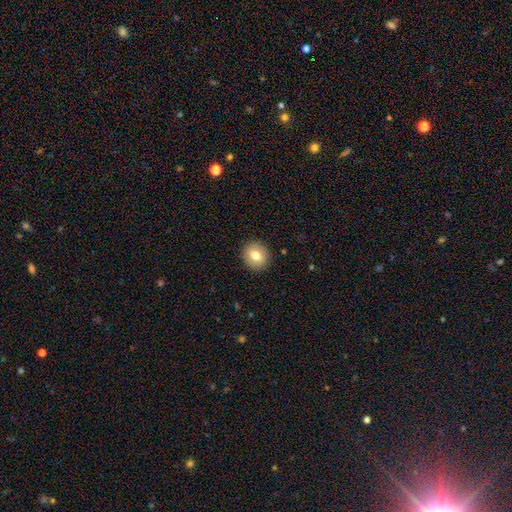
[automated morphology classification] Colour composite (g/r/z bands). It shows a smooth galaxy with no disk features (75%) that is round (79%). Merging: none (90%).